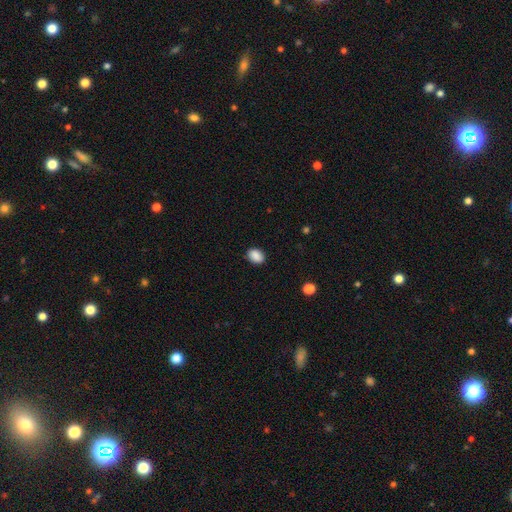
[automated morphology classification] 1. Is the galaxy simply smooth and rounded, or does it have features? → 89% smooth, 8% star or artifact, 3% featured or disk.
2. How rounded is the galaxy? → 71% in between, 28% round, 1% cigar-shaped.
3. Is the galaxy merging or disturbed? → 86% none, 10% minor disturbance, 2% major disturbance, 1% merger.